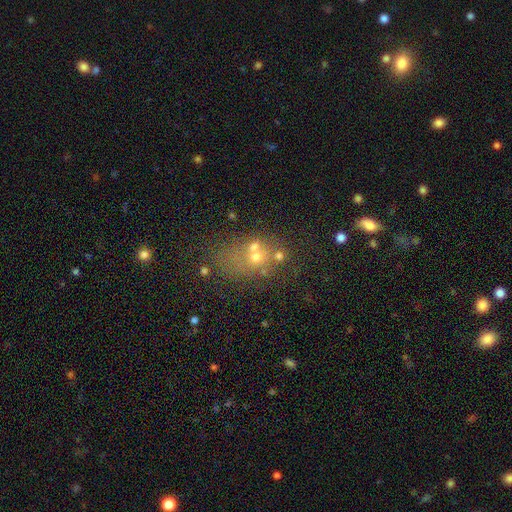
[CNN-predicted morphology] smooth 42%, star or artifact 34%, featured or disk 25%. Down the decision tree: merging — none (43%).